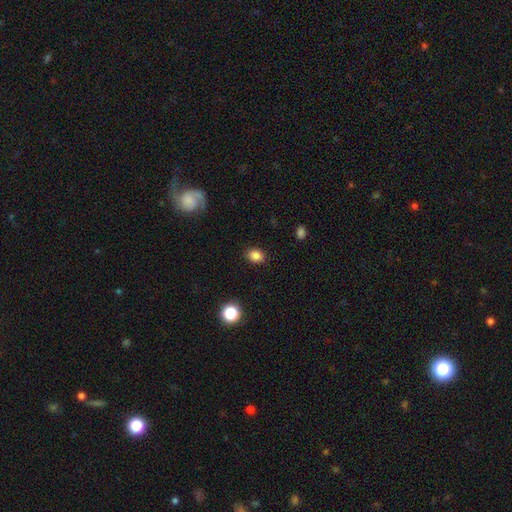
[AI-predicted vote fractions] Smooth or featured? smooth (84%)
How rounded? in between (63%)
Merging? none (88%)